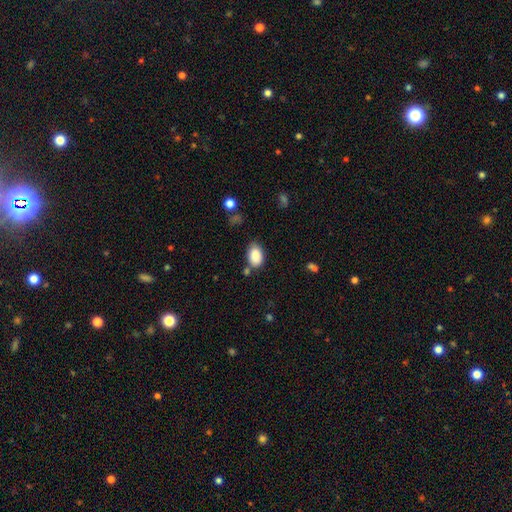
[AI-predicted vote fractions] Smooth or featured? Predicted: smooth (p=0.89). How rounded? Predicted: in between (p=0.89). Merging? Predicted: none (p=0.71).